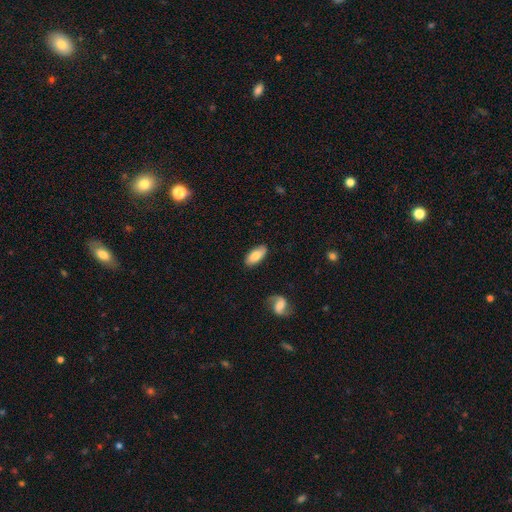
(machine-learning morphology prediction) Smooth or featured: smooth — 77% (featured or disk — 16%)
How rounded: in between — 89% (cigar-shaped — 9%)
Merging: none — 84% (minor disturbance — 12%)